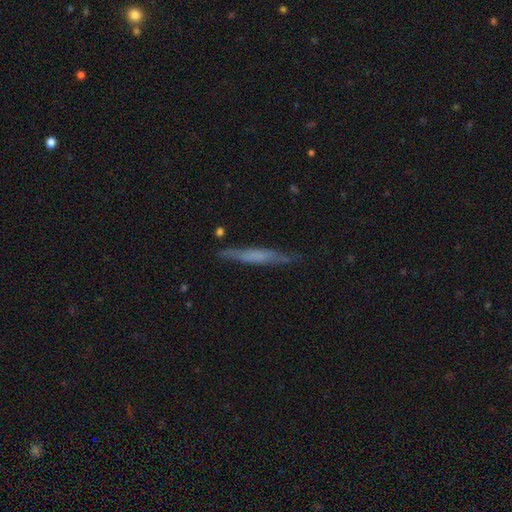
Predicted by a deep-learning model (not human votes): A featured or disk galaxy (50%).

Vote fractions:
- Smooth or featured? featured or disk: 50% / smooth: 43% / star or artifact: 7%
- Merging? none: 80% / minor disturbance: 15% / major disturbance: 3% / merger: 2%